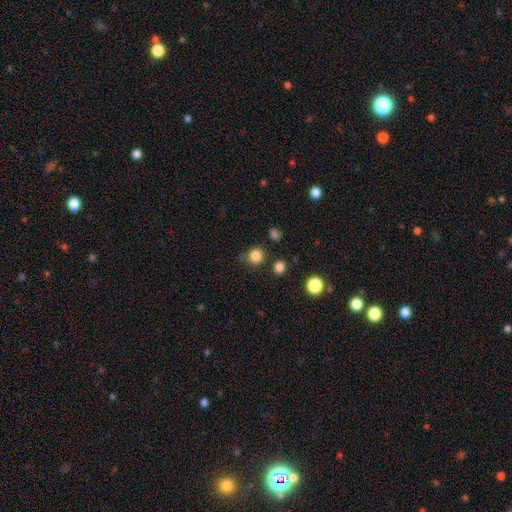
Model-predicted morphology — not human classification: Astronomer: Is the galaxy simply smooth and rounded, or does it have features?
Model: smooth — 84%.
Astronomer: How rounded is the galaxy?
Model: round — 89%.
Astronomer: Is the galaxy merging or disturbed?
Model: none — 79%.